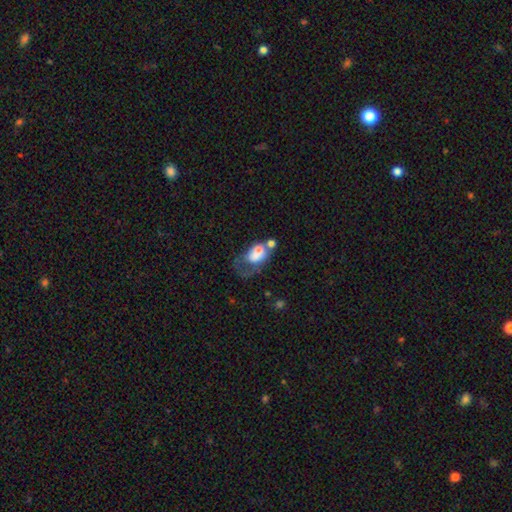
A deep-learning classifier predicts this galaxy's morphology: The model was most divided on "merging": merger: 37%, major disturbance: 33%, none: 17%, minor disturbance: 13%. More confident: how rounded — in between (75%); smooth or featured — smooth (57%).